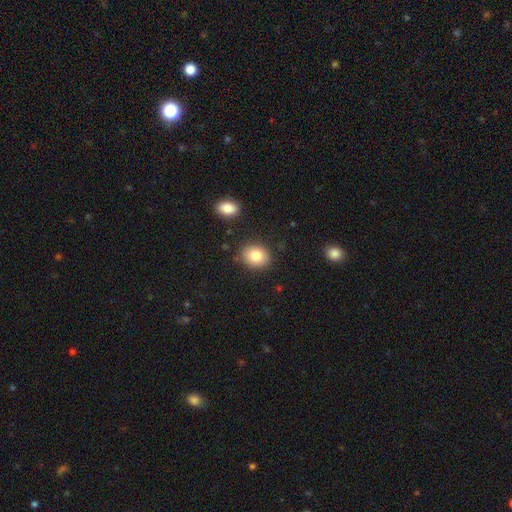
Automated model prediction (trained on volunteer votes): The model was most divided on "how rounded": round: 57%, in between: 43%, cigar-shaped: 1%. More confident: merging — none (86%); smooth or featured — smooth (82%).